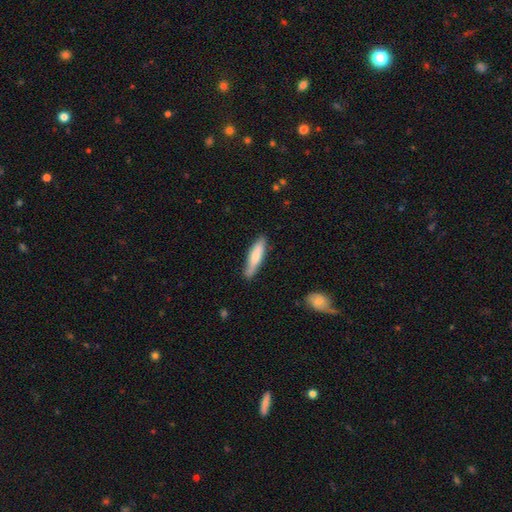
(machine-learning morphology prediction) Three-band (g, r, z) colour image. It shows a smooth galaxy with no disk features (70%) that is cigar-shaped (76%). Merging: none (80%).